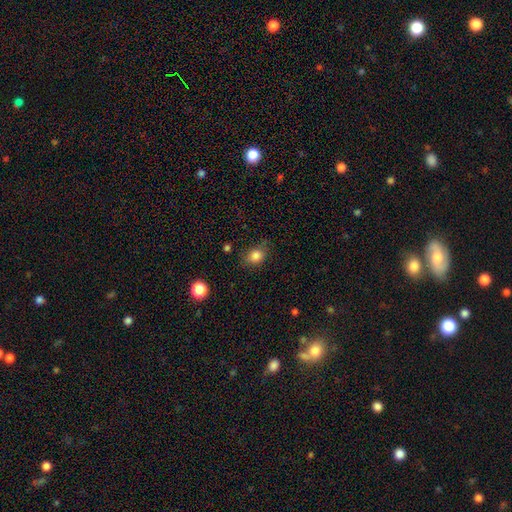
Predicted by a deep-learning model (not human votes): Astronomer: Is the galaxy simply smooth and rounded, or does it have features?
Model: smooth — 83%.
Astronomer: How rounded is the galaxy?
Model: in between — 55% (runner-up: round, 44%).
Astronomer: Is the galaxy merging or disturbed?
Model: none — 73%.